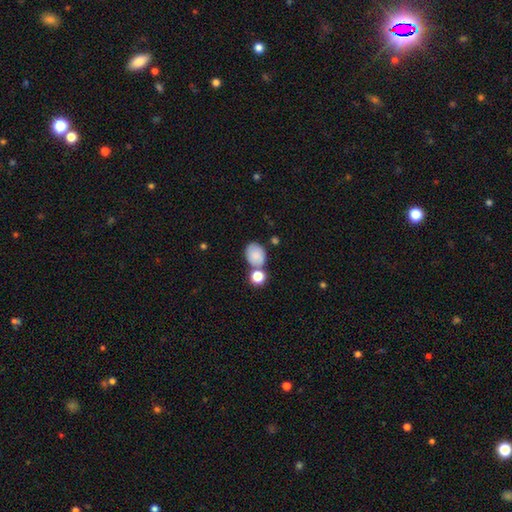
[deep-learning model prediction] Smooth or featured? Predicted: smooth (p=0.83). How rounded? Predicted: in between (p=0.61). Merging? Predicted: none (p=0.53).